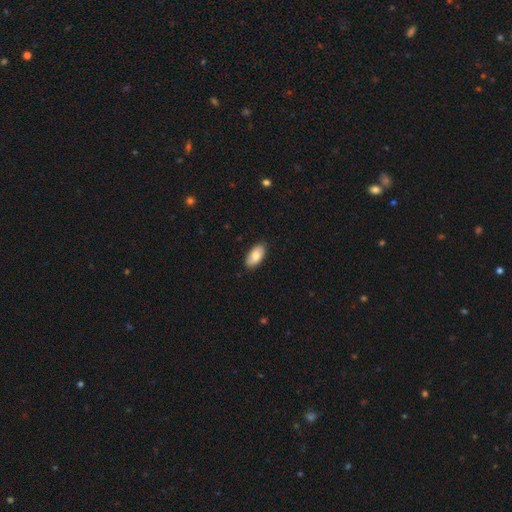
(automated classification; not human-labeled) Smooth or featured? Predicted: smooth (p=0.83). How rounded? Predicted: in between (p=0.94). Merging? Predicted: none (p=0.87).